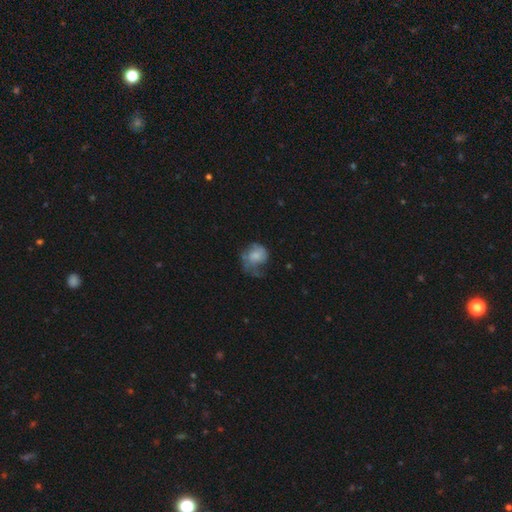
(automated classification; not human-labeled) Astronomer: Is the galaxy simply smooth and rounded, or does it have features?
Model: smooth — 54% (runner-up: featured or disk, 37%).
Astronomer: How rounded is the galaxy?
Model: round — 64%.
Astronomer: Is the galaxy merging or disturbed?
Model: major disturbance — 39% (runner-up: none, 31%).